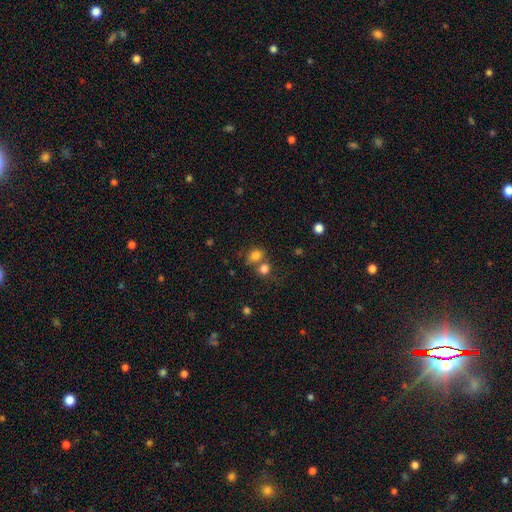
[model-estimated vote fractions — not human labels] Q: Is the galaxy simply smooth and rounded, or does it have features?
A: smooth — 79%.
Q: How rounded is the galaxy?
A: in between — 51%.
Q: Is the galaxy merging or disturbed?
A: none — 45%.